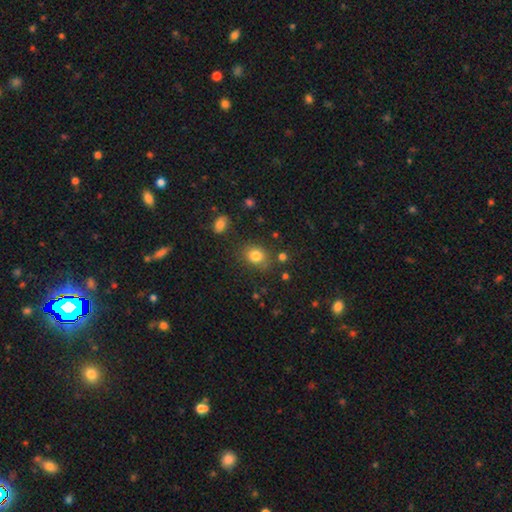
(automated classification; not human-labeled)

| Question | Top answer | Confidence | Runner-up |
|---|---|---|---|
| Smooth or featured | smooth | 82% | star or artifact (12%) |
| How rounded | round | 55% | in between (44%) |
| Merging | none | 79% | minor disturbance (13%) |